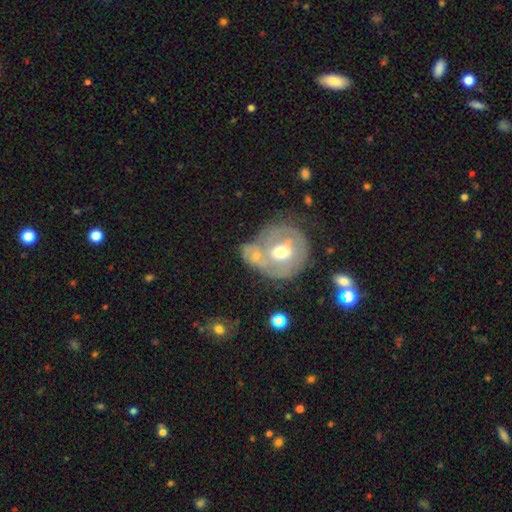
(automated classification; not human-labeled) Overall: featured or disk (55%; smooth 38%). Edge-on disk: no (96%). Bar: no (66%). Spiral arms: no (59%; yes 41%). Bulge size: moderate (70%). Merging: merger (51%; none 29%).